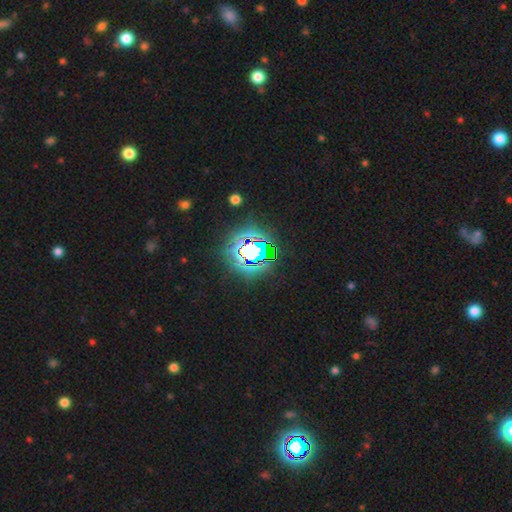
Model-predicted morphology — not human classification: smooth_or_featured: star or artifact (p=0.76) [alt: smooth p=0.14]